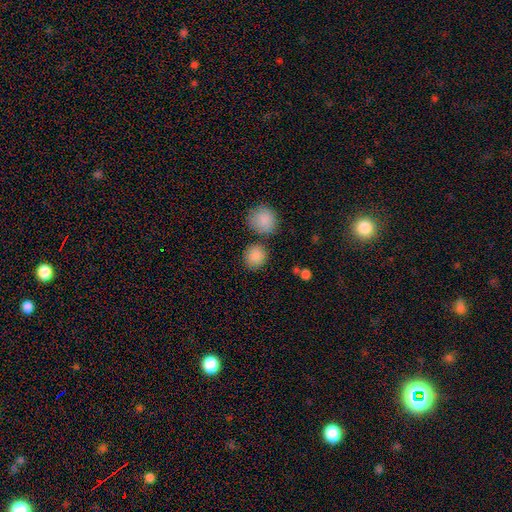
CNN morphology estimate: Q: Smooth or featured?
A: smooth (86%); runner-up: star or artifact (9%)
Q: How rounded?
A: round (88%); runner-up: in between (11%)
Q: Merging?
A: none (78%); runner-up: merger (10%)